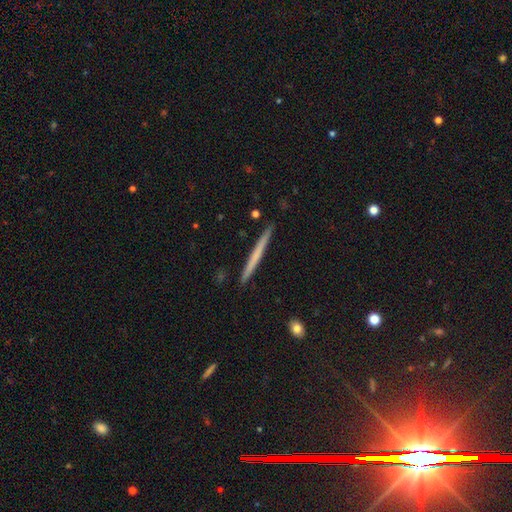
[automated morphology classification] This is possibly a smooth galaxy (51%). How rounded: clearly cigar-shaped (97%). Merging: clearly none (92%).